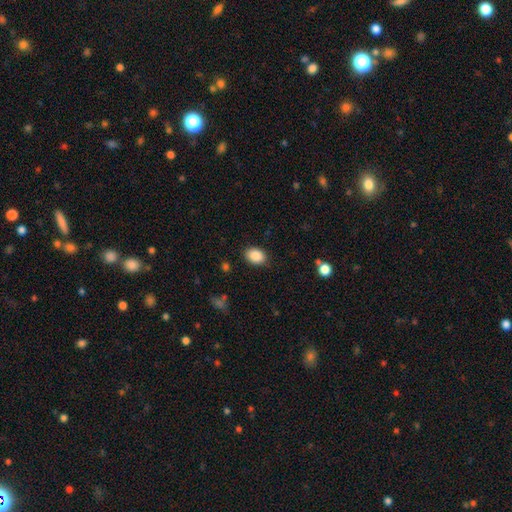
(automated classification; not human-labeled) Smooth or featured?
  - smooth: 88% *
  - star or artifact: 8%
  - featured or disk: 4%
How rounded?
  - in between: 77% *
  - round: 22%
  - cigar-shaped: 1%
Merging?
  - none: 86% *
  - minor disturbance: 10%
  - major disturbance: 3%
  - merger: 1%